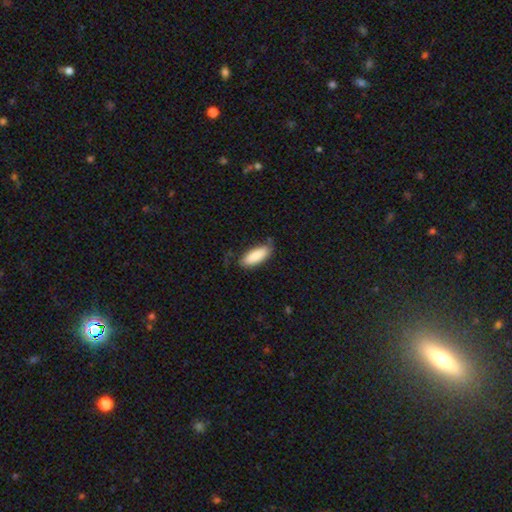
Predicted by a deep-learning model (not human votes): Smooth or featured? Predicted: smooth (p=0.88). How rounded? Predicted: in between (p=0.77). Merging? Predicted: none (p=0.74).